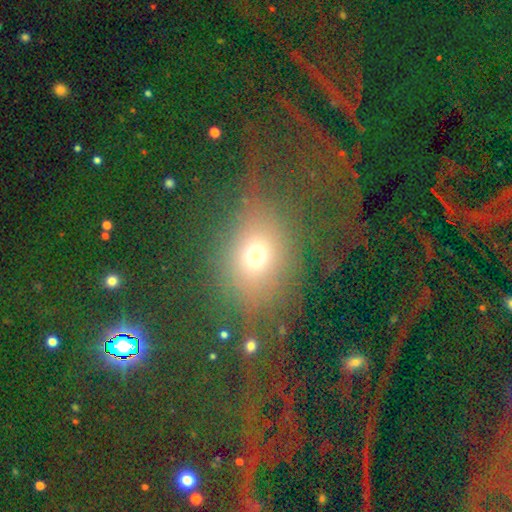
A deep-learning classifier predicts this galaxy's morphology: A smooth galaxy with no disk features (62%) that is round (56%).

Vote fractions:
- Smooth or featured? smooth: 62% / star or artifact: 21% / featured or disk: 17%
- How rounded? round: 56% / in between: 41% / cigar-shaped: 2%
- Merging? none: 50% / major disturbance: 30% / minor disturbance: 15% / merger: 5%